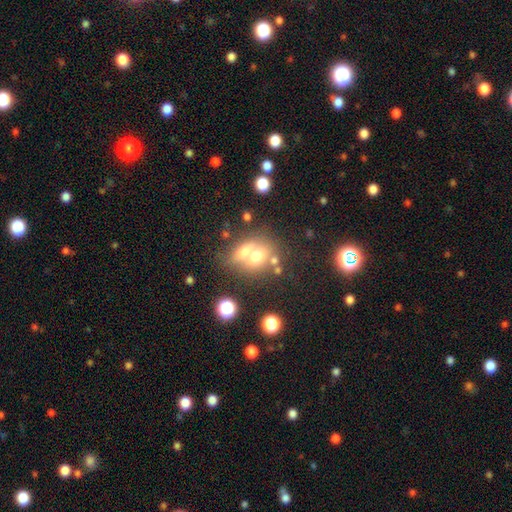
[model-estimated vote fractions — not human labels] Smooth or featured? smooth (61%)
How rounded? round (57%)
Merging? merger (53%)